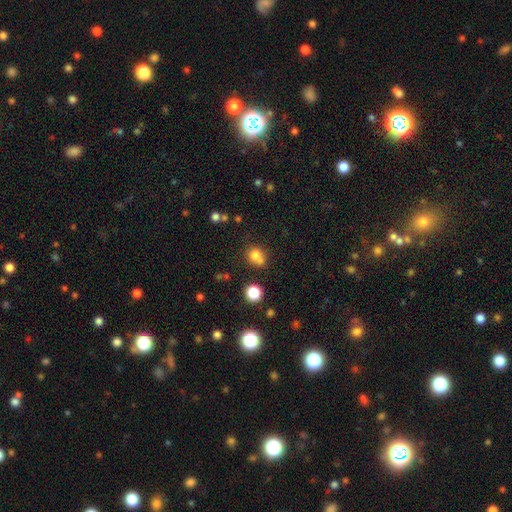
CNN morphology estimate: smooth-or-featured: smooth: 75% | star or artifact: 15% | featured or disk: 10%
  how-rounded: round: 73% | in between: 26% | cigar-shaped: 1%
  merging: none: 48% | merger: 32% | minor disturbance: 14% | major disturbance: 6%